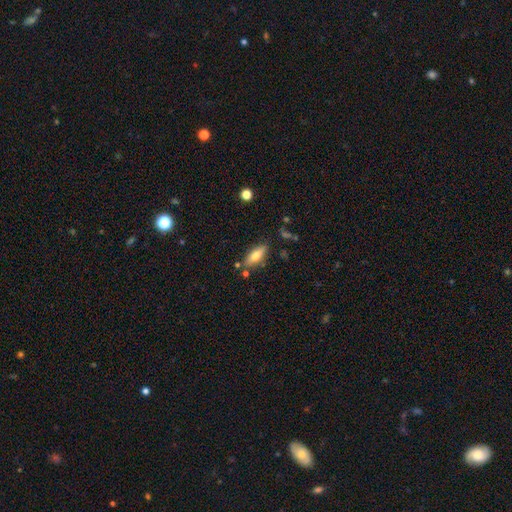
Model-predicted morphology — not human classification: Overall: smooth (64%; featured or disk 29%). How rounded: in between (63%; cigar-shaped 35%). Merging: none (77%).